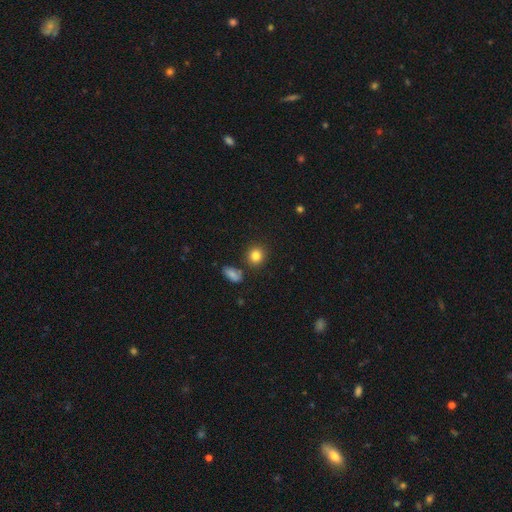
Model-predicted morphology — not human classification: smooth 84%, star or artifact 10%, featured or disk 6%. Down the decision tree: how rounded — round (83%); merging — none (84%).